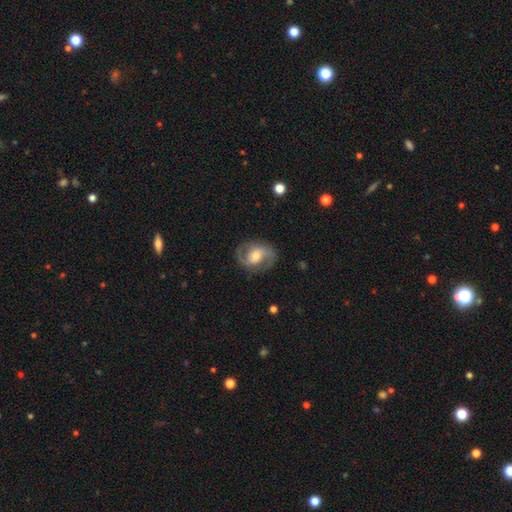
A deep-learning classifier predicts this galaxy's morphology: type=featured or disk (80%); edge-on=no (97%); bar=no (41%); spiral arms=yes (92%); winding=medium (54%); arm count=2 (90%); bulge=moderate (59%); merging=none (80%).